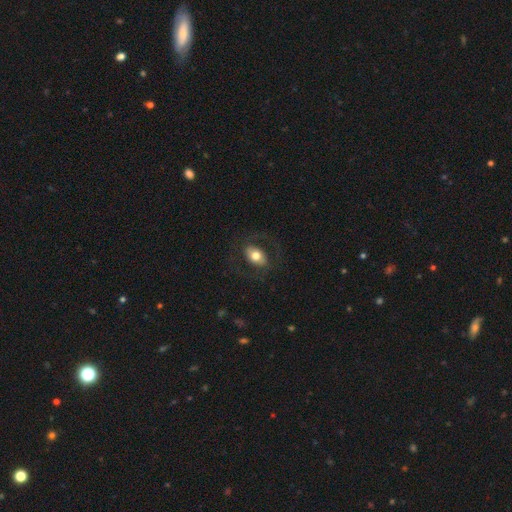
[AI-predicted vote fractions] The model was most divided on "smooth or featured": smooth: 62%, featured or disk: 31%, star or artifact: 7%. More confident: how rounded — in between (82%); merging — none (76%).